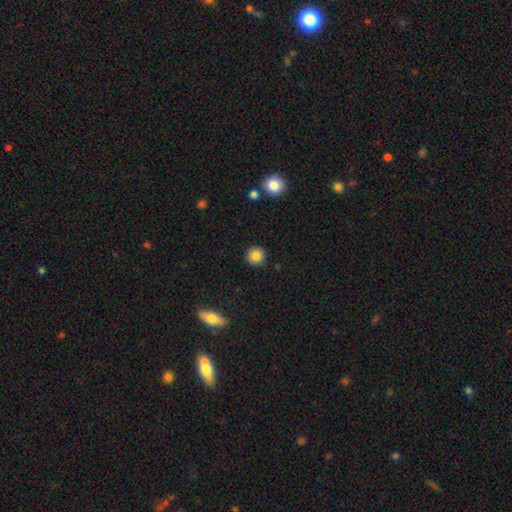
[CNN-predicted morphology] Q: Smooth or featured?
A: smooth (85%); runner-up: star or artifact (10%)
Q: How rounded?
A: round (94%); runner-up: in between (5%)
Q: Merging?
A: none (92%); runner-up: minor disturbance (5%)